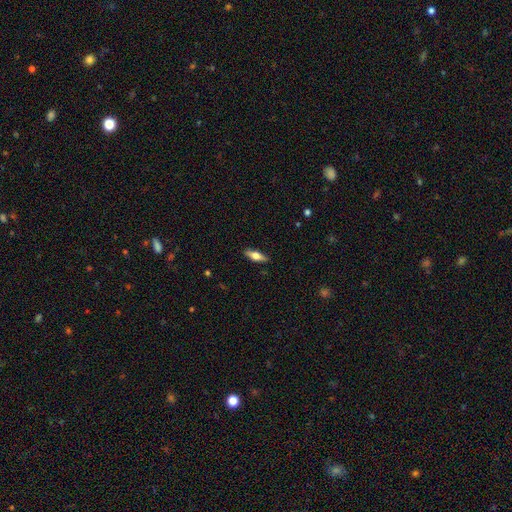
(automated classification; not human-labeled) Smooth or featured? Predicted: smooth (p=0.53). How rounded? Predicted: in between (p=0.56). Merging? Predicted: none (p=0.88).